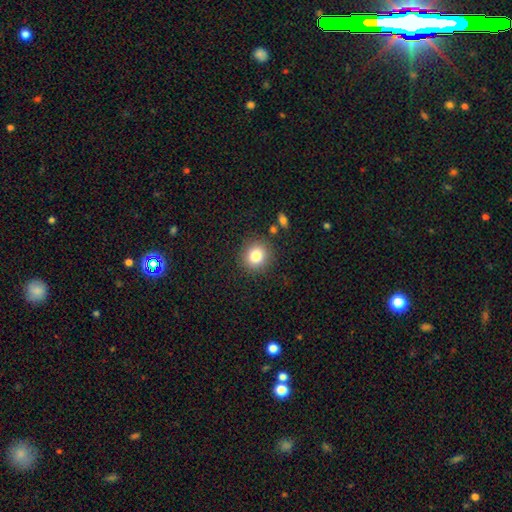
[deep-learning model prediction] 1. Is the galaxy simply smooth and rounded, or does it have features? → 82% smooth, 11% star or artifact, 7% featured or disk.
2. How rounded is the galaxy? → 87% round, 12% in between, 1% cigar-shaped.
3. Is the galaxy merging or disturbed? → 87% none, 8% minor disturbance, 3% major disturbance, 3% merger.